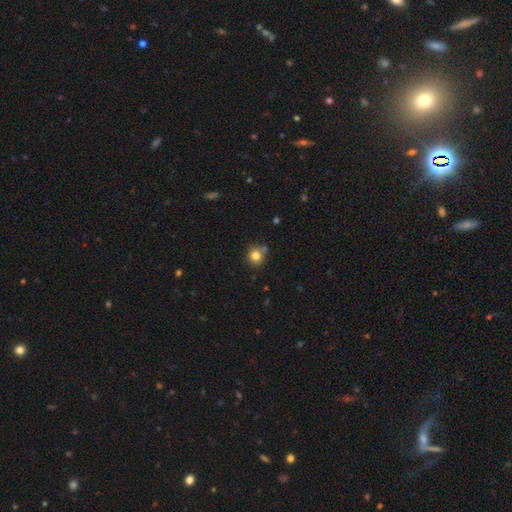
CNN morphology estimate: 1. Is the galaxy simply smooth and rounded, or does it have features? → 81% smooth, 12% star or artifact, 7% featured or disk.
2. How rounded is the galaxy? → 89% round, 10% in between, 1% cigar-shaped.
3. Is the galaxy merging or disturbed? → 75% none, 12% minor disturbance, 10% merger, 3% major disturbance.